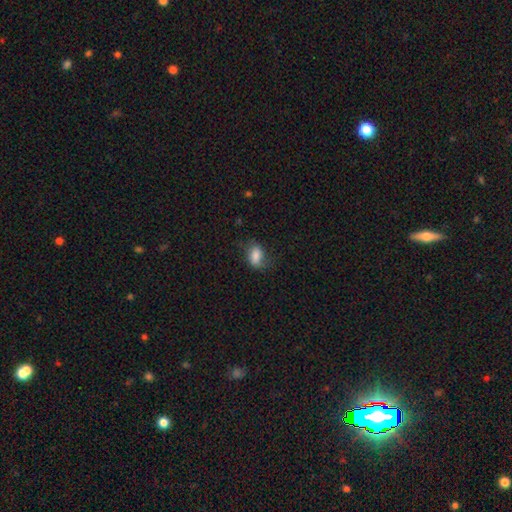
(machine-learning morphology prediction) type=smooth (80%); roundness=in between (86%); merging=none (60%).